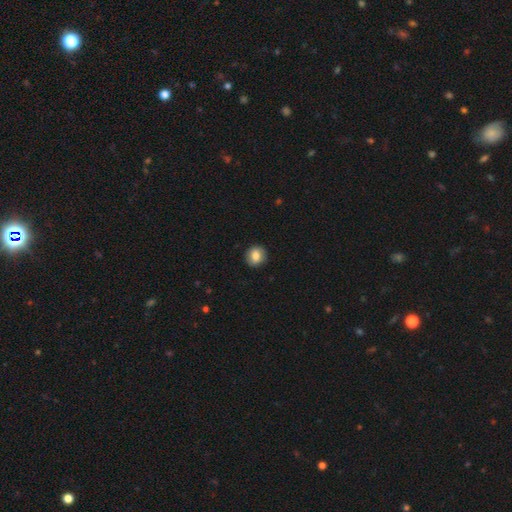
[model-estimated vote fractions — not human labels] This is clearly a smooth galaxy (81%). How rounded: clearly round (83%). Merging: clearly none (90%).